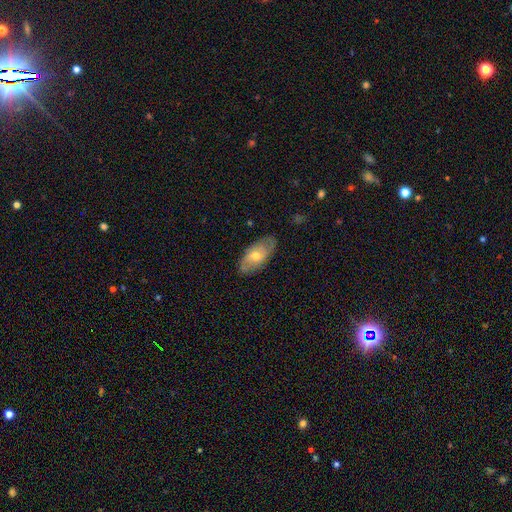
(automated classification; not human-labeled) Smooth or featured? Predicted: featured or disk (p=0.52). Edge-on disk? Predicted: no (p=0.88). Merging? Predicted: none (p=0.81).